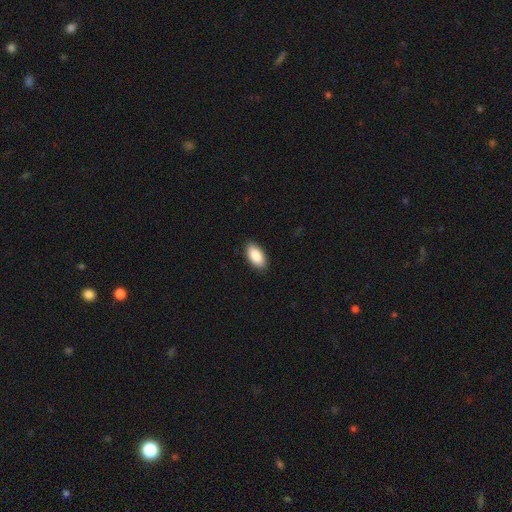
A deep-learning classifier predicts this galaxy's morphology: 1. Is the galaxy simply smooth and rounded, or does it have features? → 90% smooth, 6% star or artifact, 4% featured or disk.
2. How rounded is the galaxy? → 94% in between, 3% cigar-shaped, 2% round.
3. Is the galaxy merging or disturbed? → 89% none, 8% minor disturbance, 2% major disturbance, 1% merger.